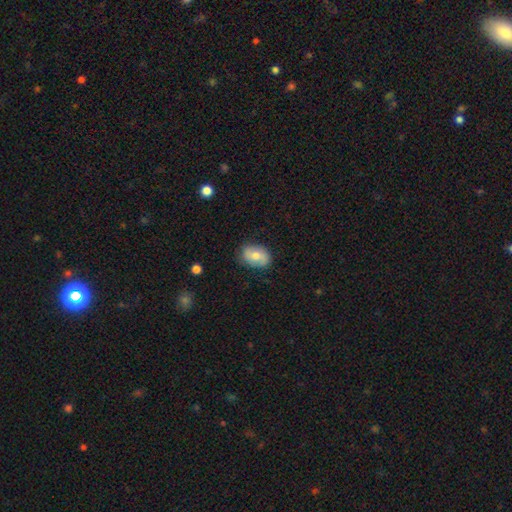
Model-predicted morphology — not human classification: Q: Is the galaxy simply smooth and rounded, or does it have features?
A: smooth — 64%.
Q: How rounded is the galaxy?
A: in between — 79%.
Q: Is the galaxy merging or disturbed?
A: none — 79%.